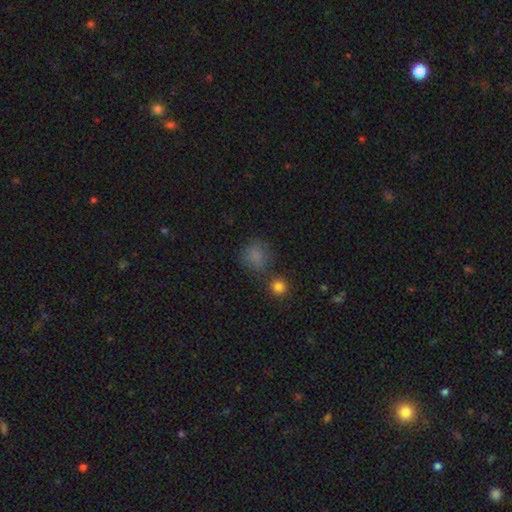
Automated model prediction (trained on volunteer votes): A smooth galaxy with no disk features (79%) that is round (79%). Merging: none (65%).